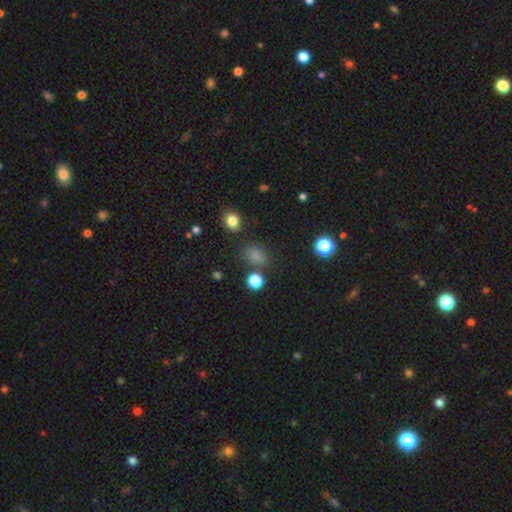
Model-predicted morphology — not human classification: smooth-or-featured: smooth: 75% | star or artifact: 20% | featured or disk: 5%
  how-rounded: in between: 53% | round: 45% | cigar-shaped: 2%
  merging: none: 75% | minor disturbance: 14% | major disturbance: 5% | merger: 5%